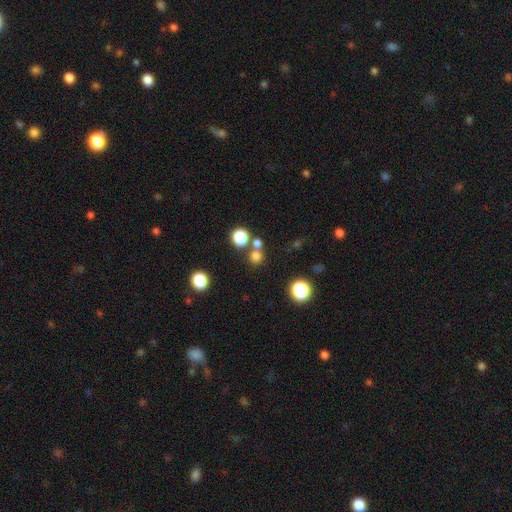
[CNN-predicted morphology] smooth-or-featured: smooth: 72% | star or artifact: 21% | featured or disk: 7%
  how-rounded: round: 90% | in between: 9% | cigar-shaped: 1%
  merging: none: 64% | merger: 26% | minor disturbance: 7% | major disturbance: 3%